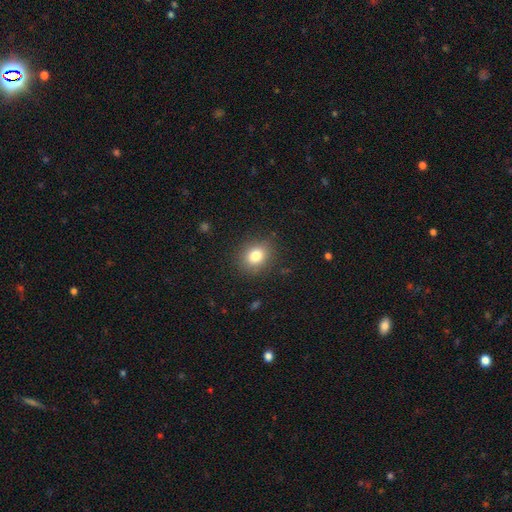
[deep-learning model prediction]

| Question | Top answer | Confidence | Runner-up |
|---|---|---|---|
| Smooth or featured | smooth | 81% | star or artifact (11%) |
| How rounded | round | 59% | in between (40%) |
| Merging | none | 86% | minor disturbance (10%) |